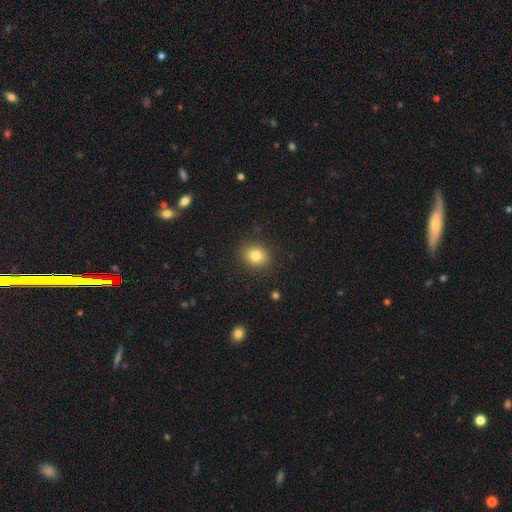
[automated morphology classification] This is clearly a smooth galaxy (81%). How rounded: possibly round (54%). Merging: clearly none (88%).